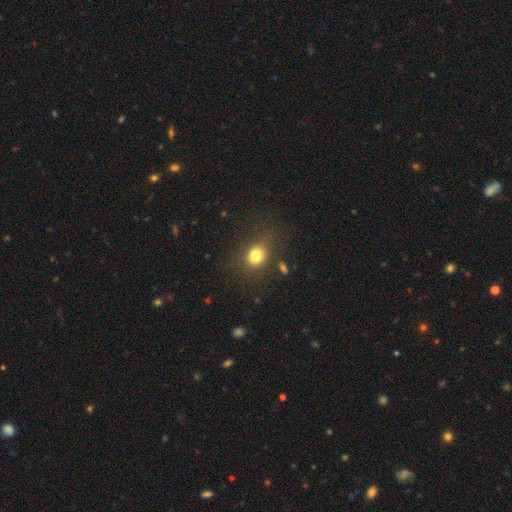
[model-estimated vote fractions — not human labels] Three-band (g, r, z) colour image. It shows a smooth galaxy with no disk features (80%) that is round (57%). Merging: none (71%).